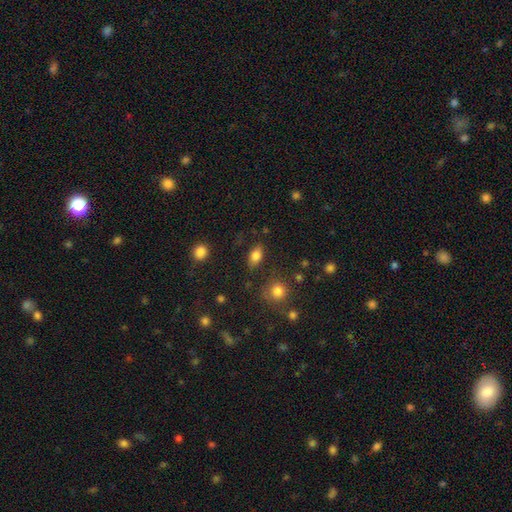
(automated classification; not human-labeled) This appears to be a smooth galaxy with no disk features (82%) that is in between round and cigar-shaped (85%). Merging: none (83%).